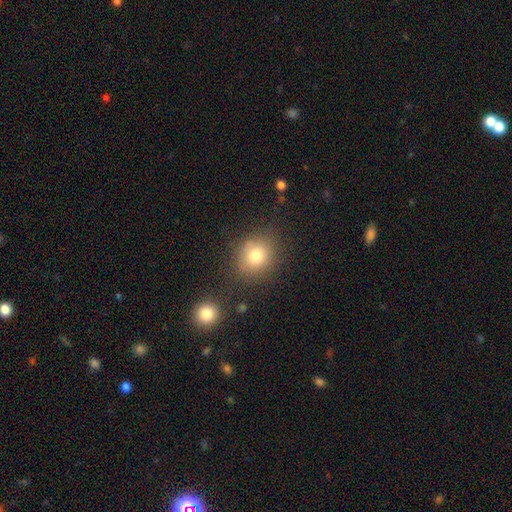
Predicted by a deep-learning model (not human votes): Smooth or featured? Predicted: smooth (p=0.77). How rounded? Predicted: round (p=0.68). Merging? Predicted: none (p=0.76).